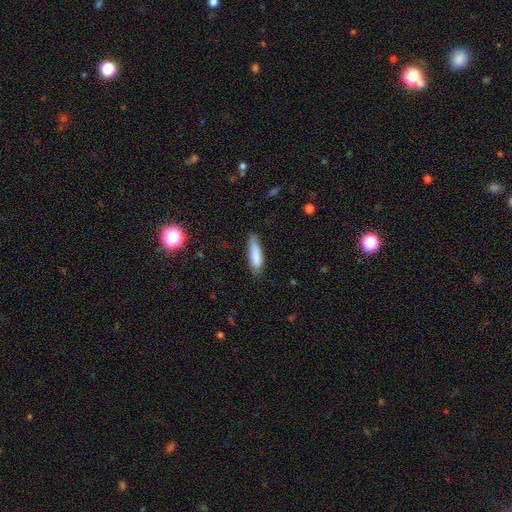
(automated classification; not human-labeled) Q: Smooth or featured?
A: smooth (85%); runner-up: featured or disk (9%)
Q: How rounded?
A: cigar-shaped (70%); runner-up: in between (29%)
Q: Merging?
A: none (78%); runner-up: minor disturbance (17%)